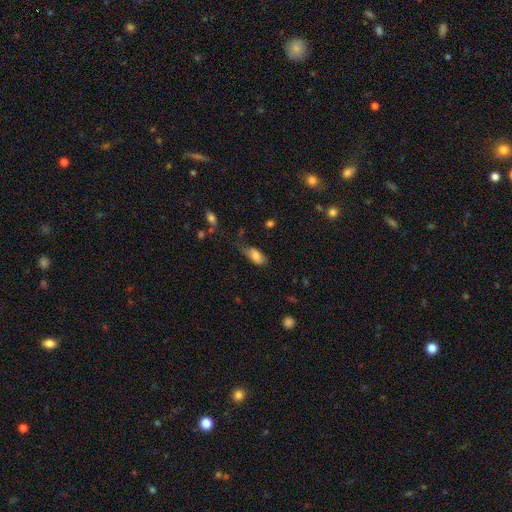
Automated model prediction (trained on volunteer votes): A smooth galaxy with no disk features (78%) that is in between round and cigar-shaped (90%). Merging: none (43%).